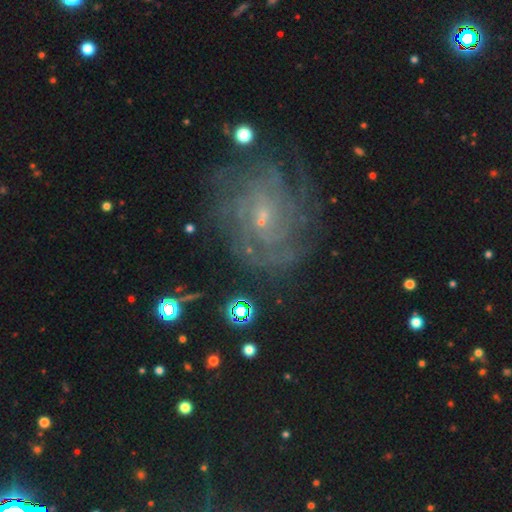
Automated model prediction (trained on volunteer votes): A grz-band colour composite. It shows a featured or disk galaxy (70%) with no bar (48%), tight (59%) spiral arms (90%) and a small central bulge (75%). Merging: none (76%).